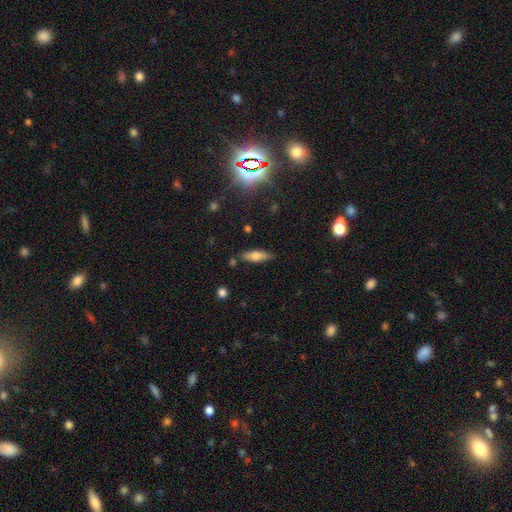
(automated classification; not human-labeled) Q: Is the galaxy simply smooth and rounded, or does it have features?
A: smooth — 69%.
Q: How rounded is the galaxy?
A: in between — 57%.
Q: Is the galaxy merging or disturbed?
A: none — 80%.